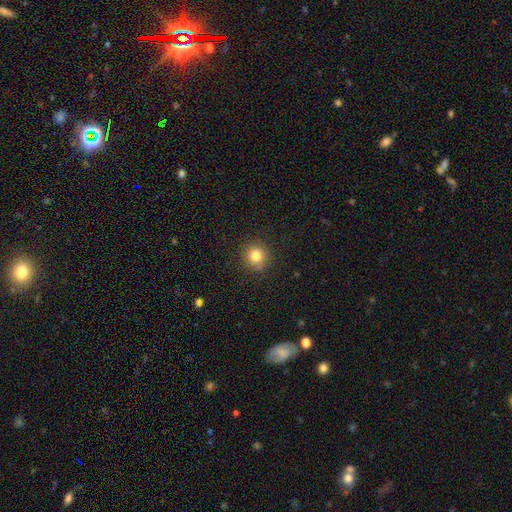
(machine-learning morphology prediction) smooth 83%, star or artifact 11%, featured or disk 6%. Down the decision tree: how rounded — round (90%); merging — none (86%).